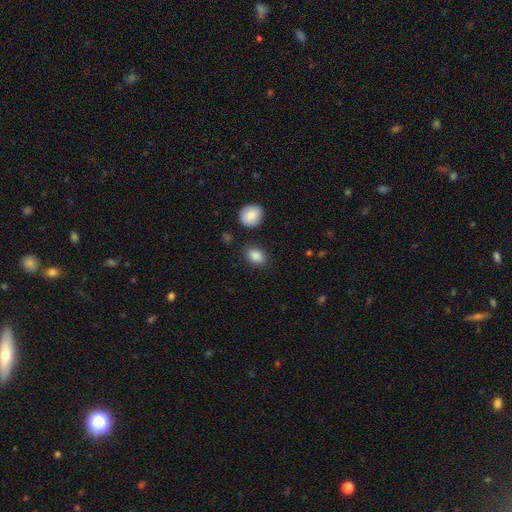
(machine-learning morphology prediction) Smooth or featured? Predicted: smooth (p=0.87). How rounded? Predicted: in between (p=0.70). Merging? Predicted: none (p=0.83).